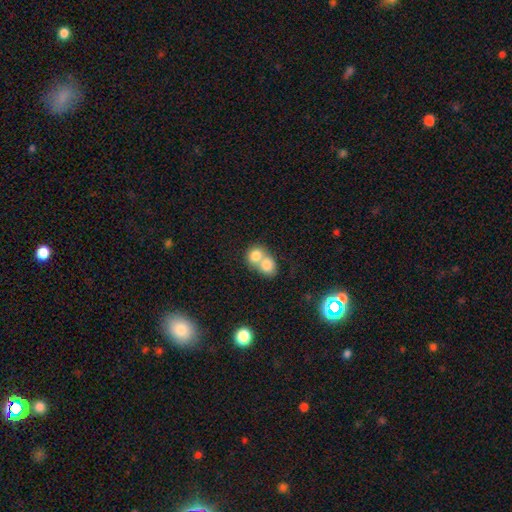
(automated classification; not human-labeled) smooth_or_featured: smooth (p=0.78) [alt: featured or disk p=0.14]
how_rounded: round (p=0.57) [alt: in between p=0.42]
merging: merger (p=0.73) [alt: none p=0.20]